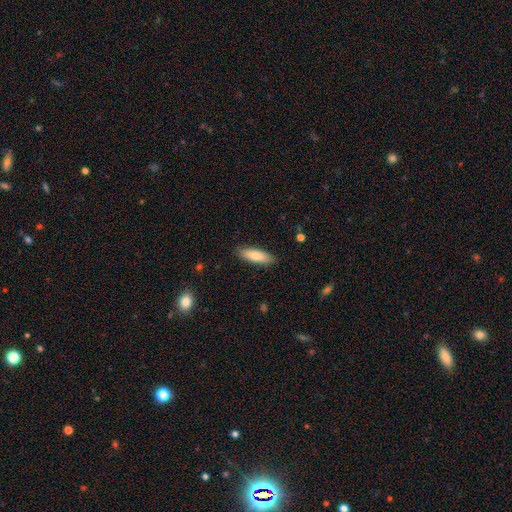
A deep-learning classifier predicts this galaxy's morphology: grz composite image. It shows a smooth galaxy with no disk features (79%) that is in between round and cigar-shaped (50%). Merging: none (88%).